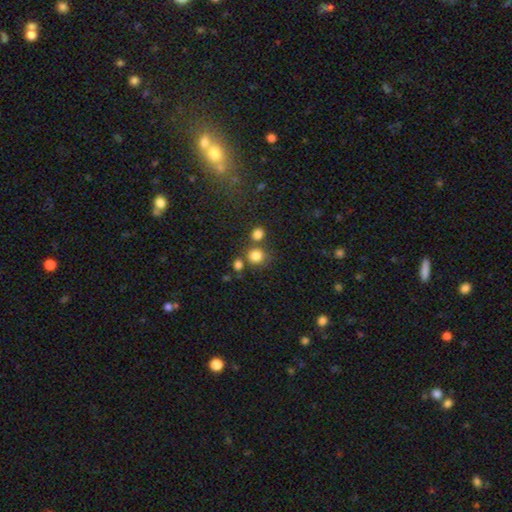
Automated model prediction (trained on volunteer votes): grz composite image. It shows a smooth galaxy with no disk features (81%) that is round (81%). Merging: none (63%).